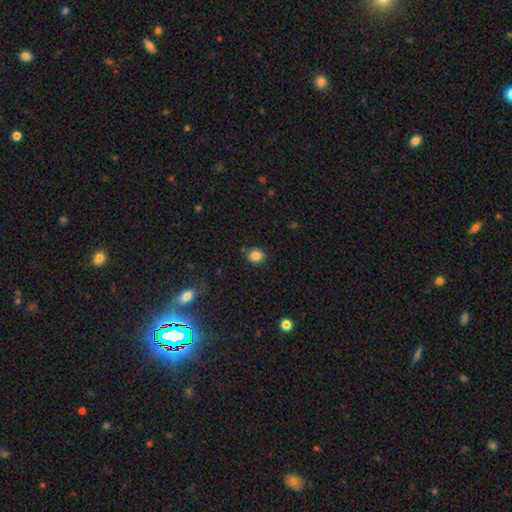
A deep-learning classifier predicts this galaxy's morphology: Smooth or featured?
  - smooth: 85% *
  - star or artifact: 10%
  - featured or disk: 4%
How rounded?
  - round: 66% *
  - in between: 33%
  - cigar-shaped: 1%
Merging?
  - none: 84% *
  - minor disturbance: 11%
  - major disturbance: 3%
  - merger: 3%